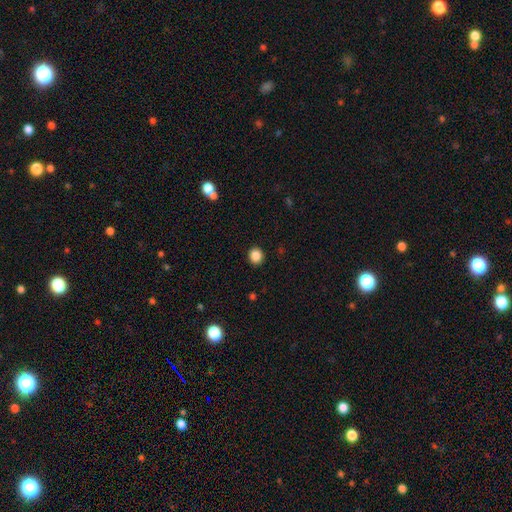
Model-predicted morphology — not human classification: Q: Smooth or featured?
A: smooth (86%); runner-up: star or artifact (10%)
Q: How rounded?
A: round (85%); runner-up: in between (14%)
Q: Merging?
A: none (92%); runner-up: minor disturbance (5%)